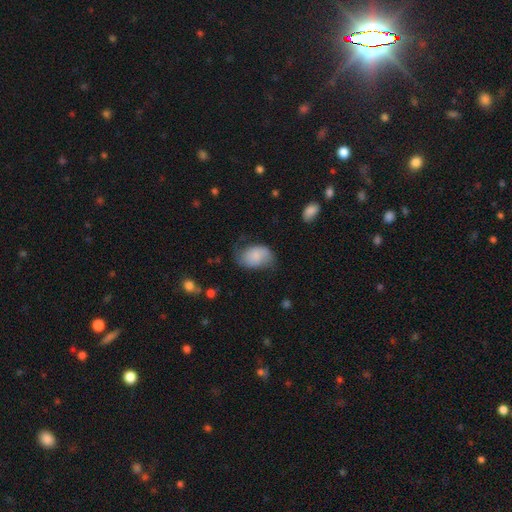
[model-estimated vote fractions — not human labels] The model was most divided on "merging": none: 50%, minor disturbance: 32%, major disturbance: 16%, merger: 2%. More confident: how rounded — in between (84%); smooth or featured — smooth (66%).